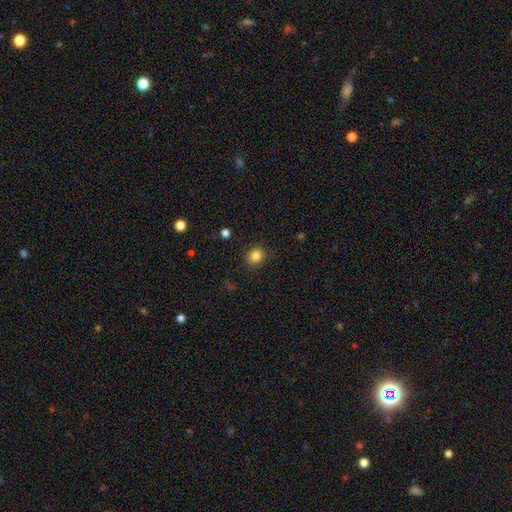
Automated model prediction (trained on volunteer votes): A smooth galaxy with no disk features (84%) that is round (68%). Merging: none (88%).